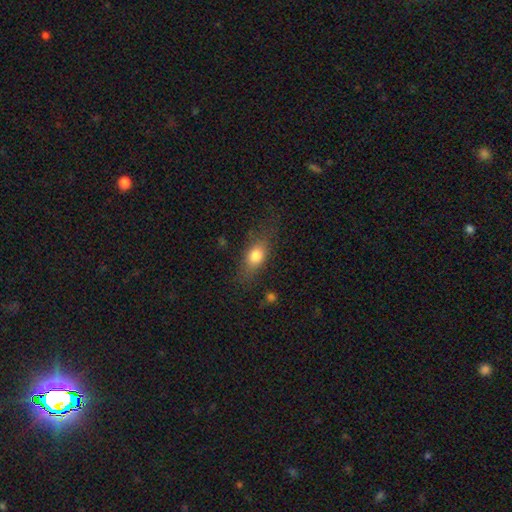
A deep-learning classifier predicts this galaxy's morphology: Smooth or featured? smooth (76%)
How rounded? in between (71%)
Merging? none (66%)